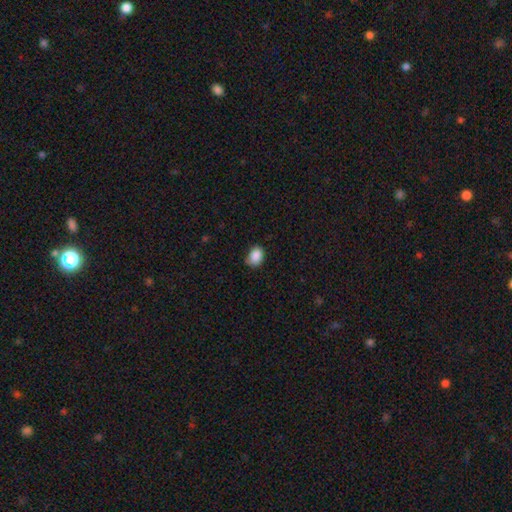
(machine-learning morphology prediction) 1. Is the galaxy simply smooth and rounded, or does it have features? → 88% smooth, 8% star or artifact, 4% featured or disk.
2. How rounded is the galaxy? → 68% in between, 31% round, 1% cigar-shaped.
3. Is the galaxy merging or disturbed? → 69% none, 26% minor disturbance, 4% major disturbance, 1% merger.